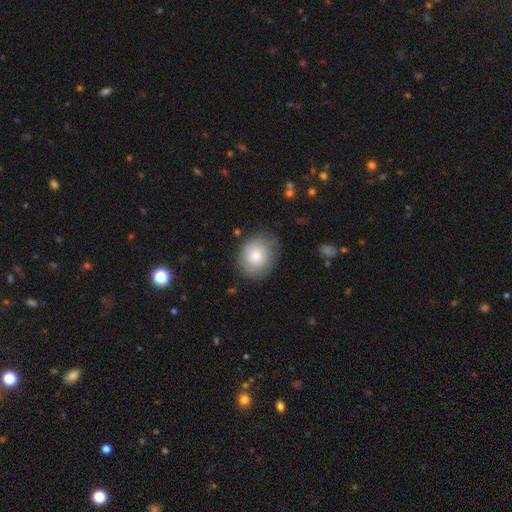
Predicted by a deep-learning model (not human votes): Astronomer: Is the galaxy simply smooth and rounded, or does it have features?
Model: smooth — 77%.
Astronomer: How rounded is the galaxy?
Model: round — 66%.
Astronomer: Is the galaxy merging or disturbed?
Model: none — 76%.